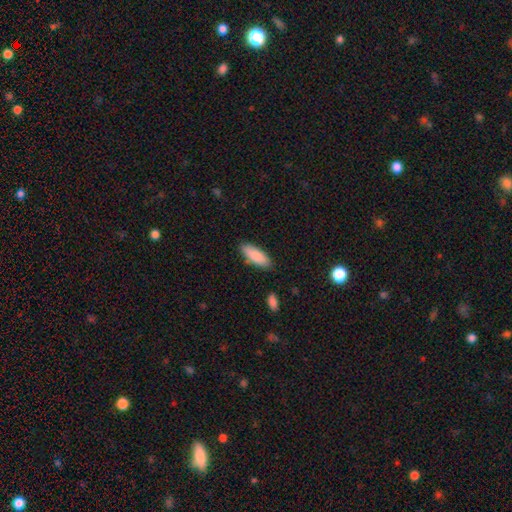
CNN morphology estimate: A smooth galaxy with no disk features (87%) that is in between round and cigar-shaped (67%).

Vote fractions:
- Smooth or featured? smooth: 87% / featured or disk: 7% / star or artifact: 6%
- How rounded? in between: 67% / cigar-shaped: 31% / round: 2%
- Merging? none: 84% / minor disturbance: 11% / major disturbance: 2% / merger: 2%